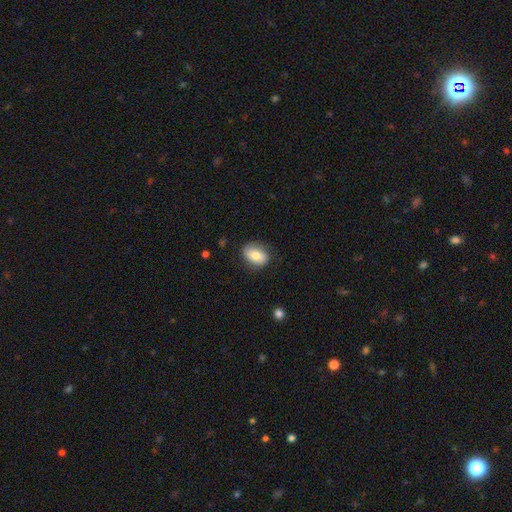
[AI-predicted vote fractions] This is likely a smooth galaxy (75%). How rounded: likely in between (79%). Merging: likely none (79%).